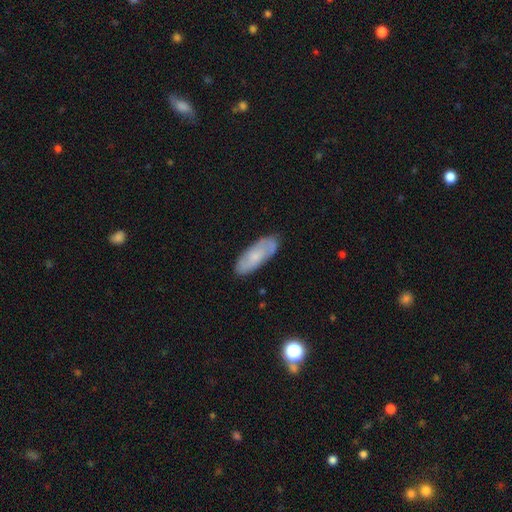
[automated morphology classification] A smooth galaxy with no disk features (53%) that is in between round and cigar-shaped (70%). Merging: none (80%).